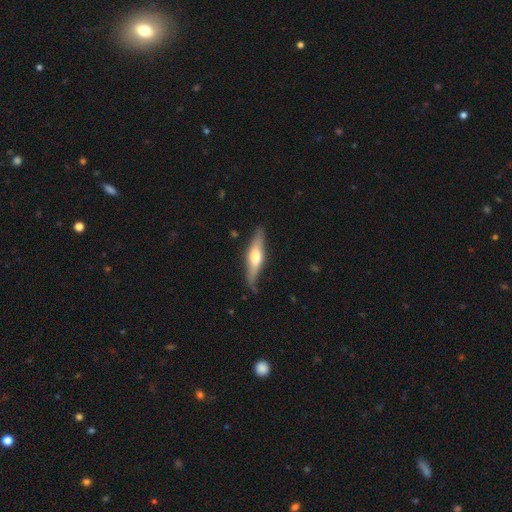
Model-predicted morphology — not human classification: A featured or disk galaxy (53%) viewed edge-on (89%).

Vote fractions:
- Smooth or featured? featured or disk: 53% / smooth: 41% / star or artifact: 5%
- Edge-on disk? yes: 89% / no: 11%
- Merging? none: 79% / minor disturbance: 17% / major disturbance: 3% / merger: 2%